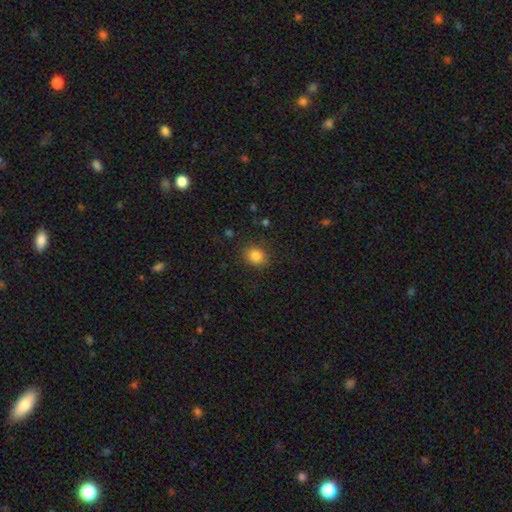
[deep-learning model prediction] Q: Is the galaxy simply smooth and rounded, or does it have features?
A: smooth — 84%.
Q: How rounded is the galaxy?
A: round — 64%.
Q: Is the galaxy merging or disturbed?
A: none — 86%.